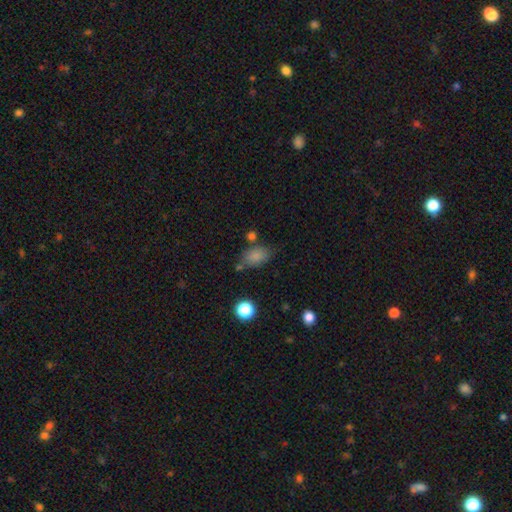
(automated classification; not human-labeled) A smooth galaxy with no disk features (81%) that is in between round and cigar-shaped (86%).

Vote fractions:
- Smooth or featured? smooth: 81% / star or artifact: 11% / featured or disk: 8%
- How rounded? in between: 86% / round: 13% / cigar-shaped: 2%
- Merging? none: 62% / minor disturbance: 21% / merger: 11% / major disturbance: 6%